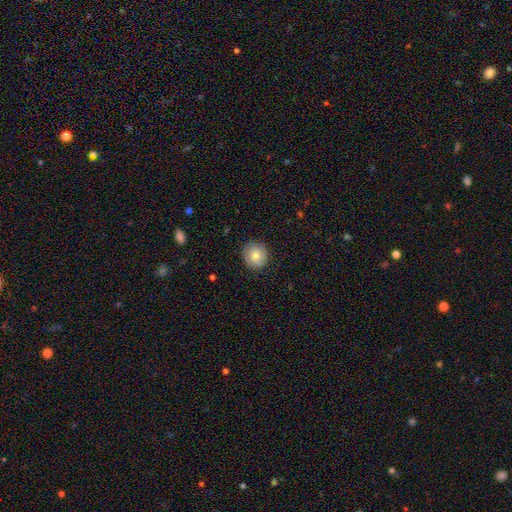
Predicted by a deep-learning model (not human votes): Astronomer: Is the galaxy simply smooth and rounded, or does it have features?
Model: smooth — 79%.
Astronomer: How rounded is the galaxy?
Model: round — 88%.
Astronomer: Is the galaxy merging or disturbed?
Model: none — 87%.